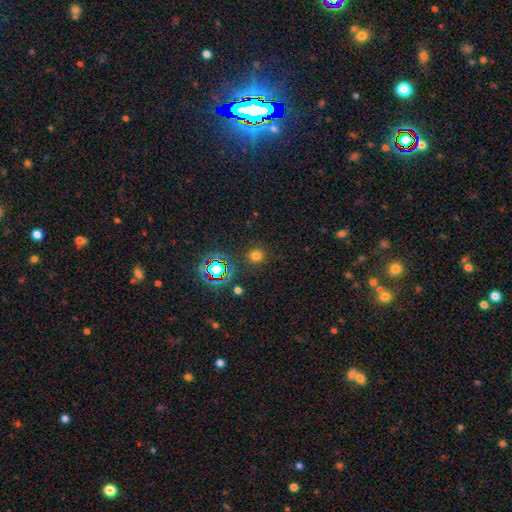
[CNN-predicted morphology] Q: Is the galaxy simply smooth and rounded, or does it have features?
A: smooth — 70%.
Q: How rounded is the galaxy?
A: round — 86%.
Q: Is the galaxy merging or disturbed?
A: none — 86%.